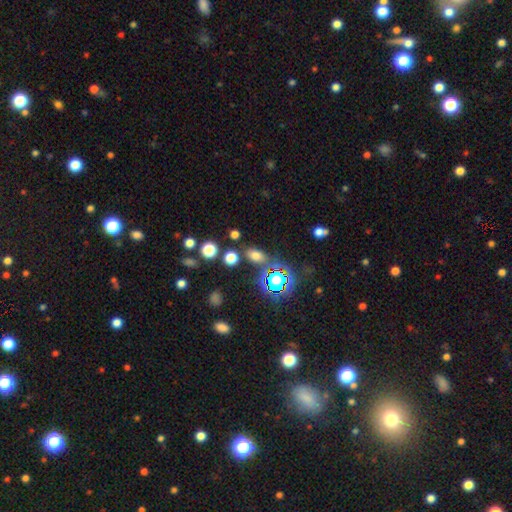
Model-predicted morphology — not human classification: Smooth or featured: smooth — 67% (star or artifact — 24%)
How rounded: in between — 79% (round — 17%)
Merging: none — 74% (minor disturbance — 12%)